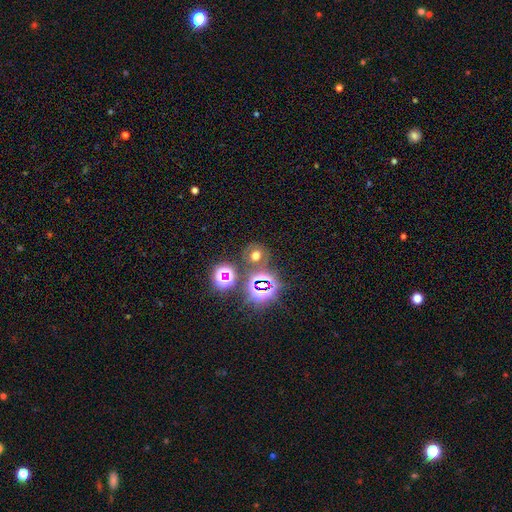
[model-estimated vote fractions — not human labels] smooth-or-featured: smooth: 48% | star or artifact: 38% | featured or disk: 14%
  merging: none: 73% | minor disturbance: 11% | merger: 11% | major disturbance: 6%